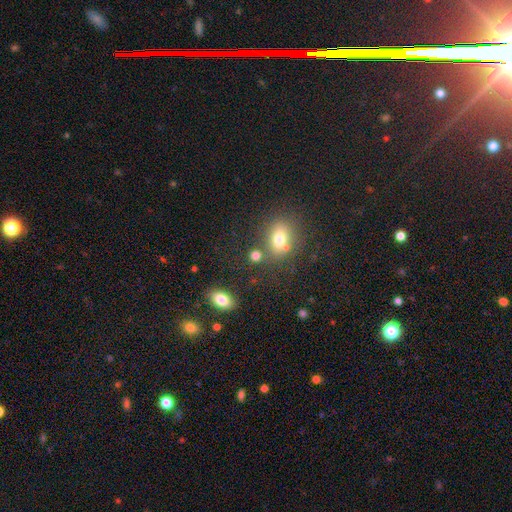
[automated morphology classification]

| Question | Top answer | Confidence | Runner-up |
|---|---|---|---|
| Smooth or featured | smooth | 77% | star or artifact (15%) |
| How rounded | round | 61% | in between (36%) |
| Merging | none | 67% | merger (16%) |